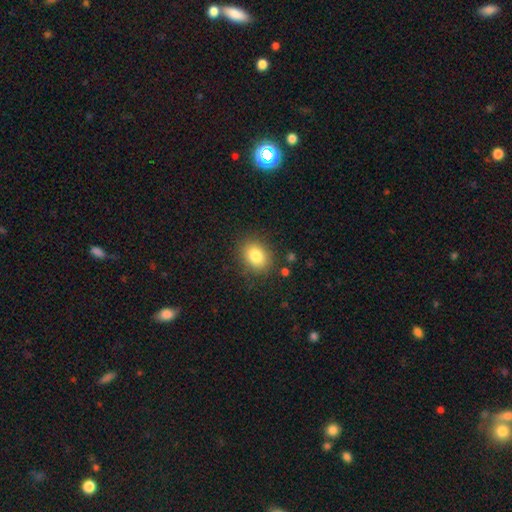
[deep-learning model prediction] Smooth or featured: smooth — 82% (star or artifact — 10%)
How rounded: in between — 50% (round — 49%)
Merging: none — 84% (minor disturbance — 10%)